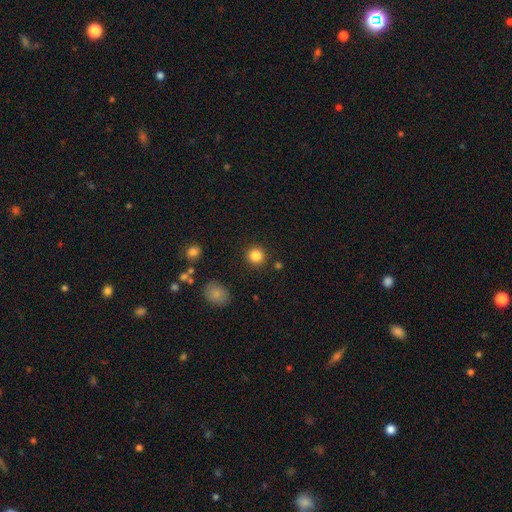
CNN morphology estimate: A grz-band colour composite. It shows a smooth galaxy with no disk features (85%) that is round (93%). Merging: none (89%).